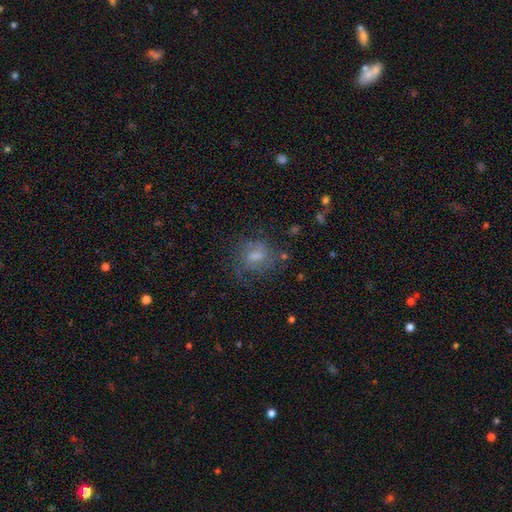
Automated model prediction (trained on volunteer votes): This appears to be a smooth galaxy with no disk features (47%). Merging: none (58%).